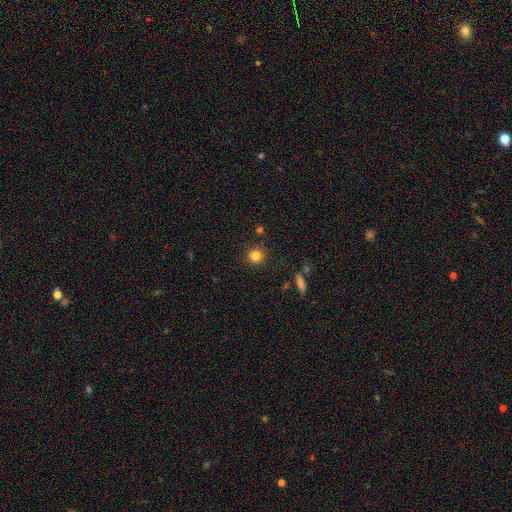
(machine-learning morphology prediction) Smooth or featured? smooth (82%)
How rounded? round (94%)
Merging? none (89%)